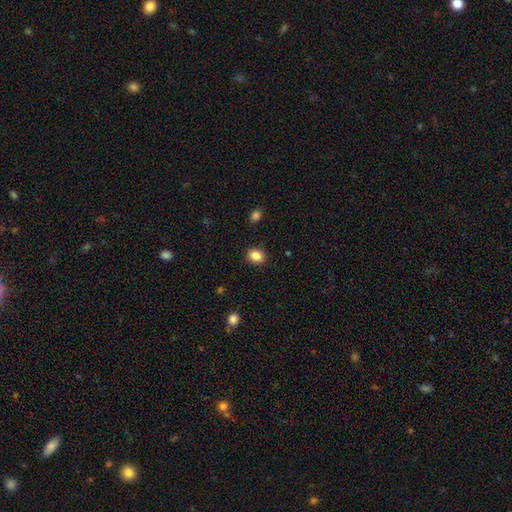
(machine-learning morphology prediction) A smooth galaxy with no disk features (87%) that is round (51%).

Vote fractions:
- Smooth or featured? smooth: 87% / star or artifact: 9% / featured or disk: 4%
- How rounded? round: 51% / in between: 48% / cigar-shaped: 1%
- Merging? none: 89% / minor disturbance: 7% / major disturbance: 2% / merger: 1%